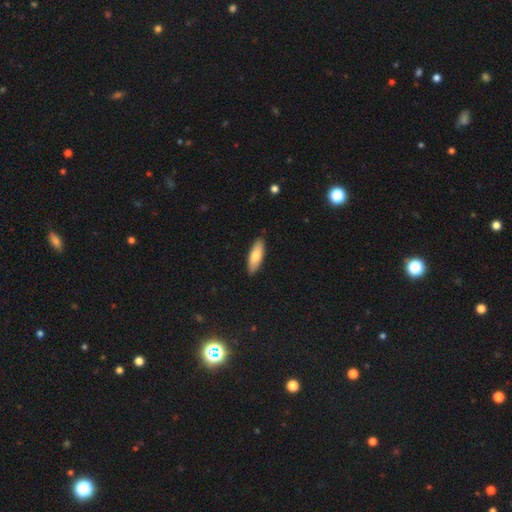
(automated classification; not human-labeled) smooth 76%, featured or disk 19%, star or artifact 5%. Down the decision tree: how rounded — in between (59%); merging — none (88%).